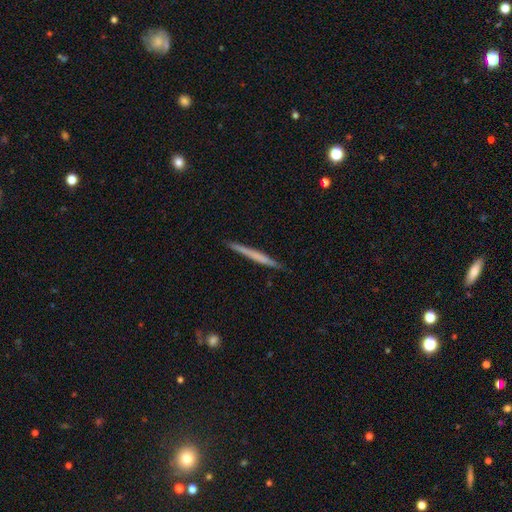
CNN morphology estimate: Smooth or featured? smooth (52%)
How rounded? cigar-shaped (97%)
Merging? none (90%)